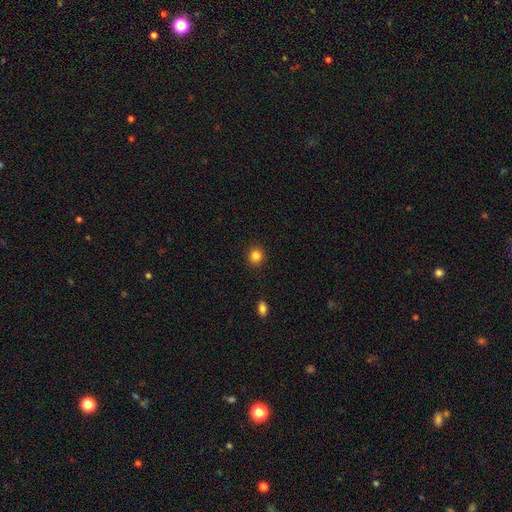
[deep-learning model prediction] Smooth or featured? Predicted: smooth (p=0.85). How rounded? Predicted: round (p=0.90). Merging? Predicted: none (p=0.92).